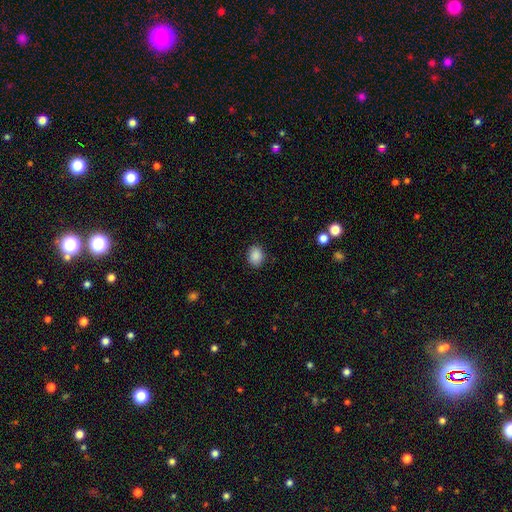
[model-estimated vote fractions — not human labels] Smooth or featured?
  - smooth: 88% *
  - star or artifact: 9%
  - featured or disk: 3%
How rounded?
  - in between: 52% *
  - round: 47%
  - cigar-shaped: 1%
Merging?
  - none: 88% *
  - minor disturbance: 9%
  - major disturbance: 2%
  - merger: 1%